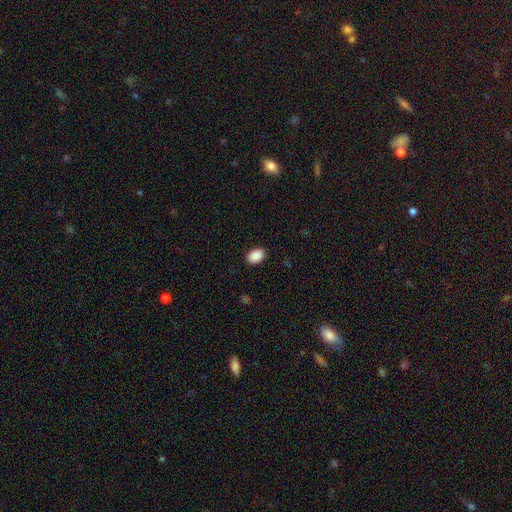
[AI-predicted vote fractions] Overall: smooth (90%). How rounded: in between (83%). Merging: none (90%).